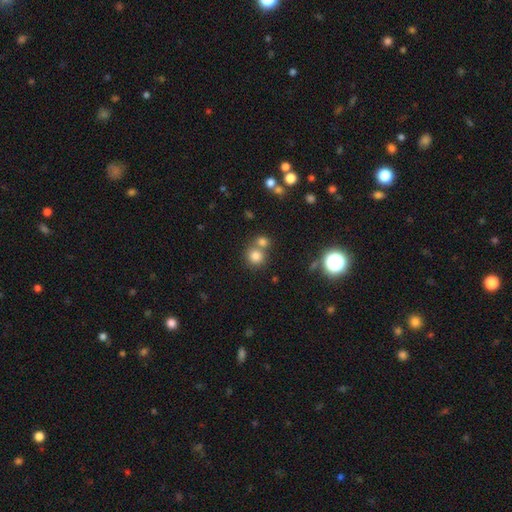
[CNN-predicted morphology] smooth_or_featured: smooth (p=0.78) [alt: star or artifact p=0.14]
how_rounded: round (p=0.85) [alt: in between p=0.14]
merging: none (p=0.53) [alt: merger p=0.37]